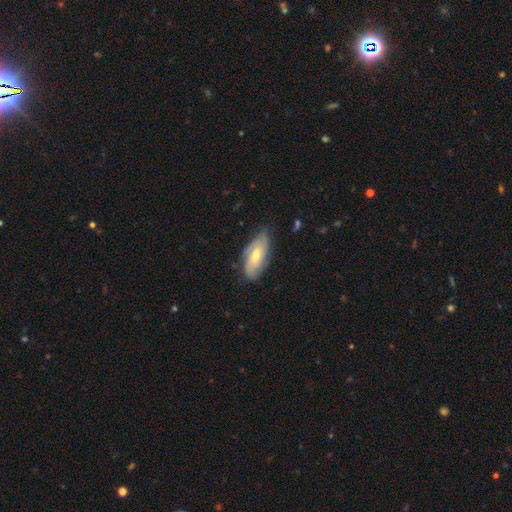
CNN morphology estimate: Smooth or featured?
  - smooth: 50% *
  - featured or disk: 44%
  - star or artifact: 6%
How rounded?
  - in between: 83% *
  - cigar-shaped: 14%
  - round: 3%
Merging?
  - none: 66% *
  - minor disturbance: 27%
  - major disturbance: 5%
  - merger: 1%